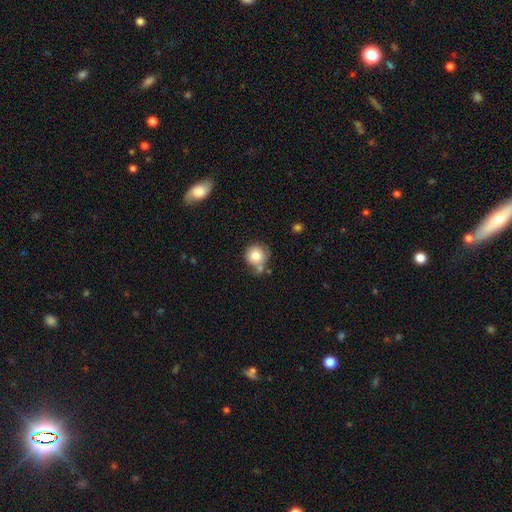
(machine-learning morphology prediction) Q: Smooth or featured?
A: smooth (79%); runner-up: featured or disk (12%)
Q: How rounded?
A: round (92%); runner-up: in between (8%)
Q: Merging?
A: none (59%); runner-up: merger (20%)